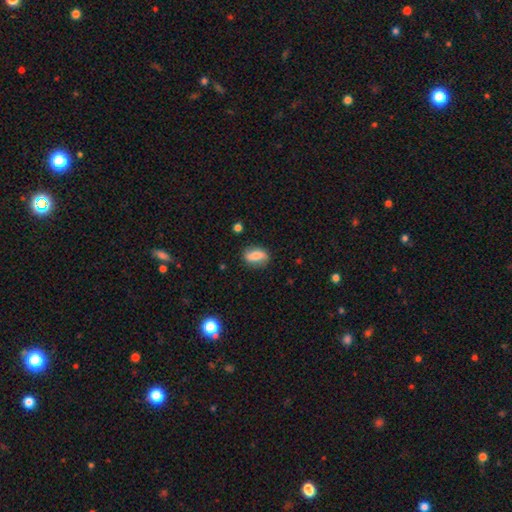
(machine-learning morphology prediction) A smooth galaxy with no disk features (64%) that is in between round and cigar-shaped (78%). Merging: none (78%).